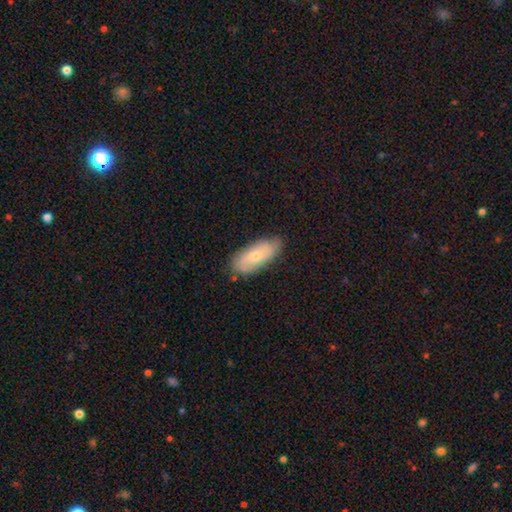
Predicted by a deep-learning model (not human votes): A smooth galaxy with no disk features (63%) that is in between round and cigar-shaped (82%).

Vote fractions:
- Smooth or featured? smooth: 63% / featured or disk: 31% / star or artifact: 6%
- How rounded? in between: 82% / cigar-shaped: 15% / round: 2%
- Merging? none: 78% / minor disturbance: 18% / major disturbance: 3% / merger: 1%